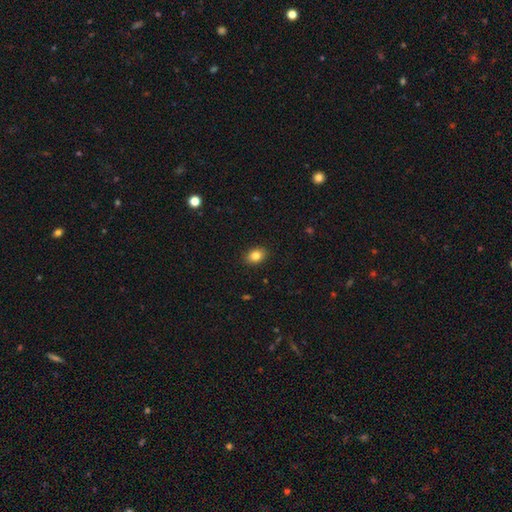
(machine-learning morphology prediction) The model was most divided on "how rounded": in between: 74%, round: 25%, cigar-shaped: 1%. More confident: merging — none (89%); smooth or featured — smooth (83%).